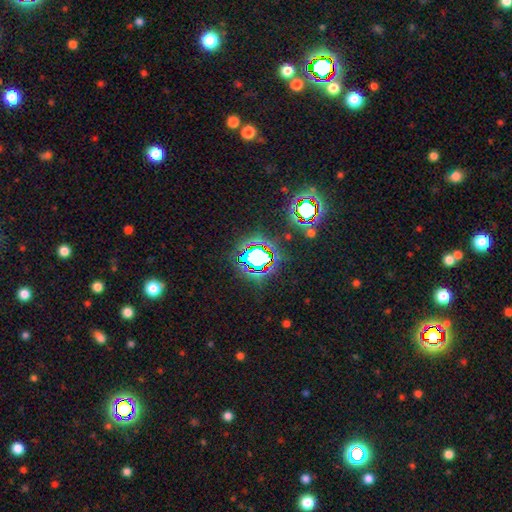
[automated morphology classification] Q: Smooth or featured?
A: star or artifact (65%); runner-up: smooth (21%)